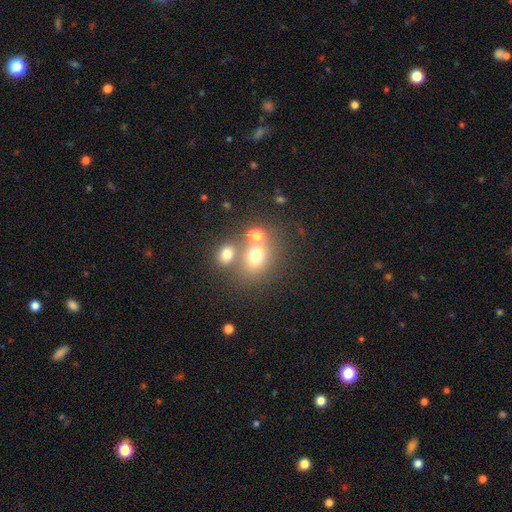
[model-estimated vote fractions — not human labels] Smooth or featured? Predicted: smooth (p=0.68). How rounded? Predicted: round (p=0.60). Merging? Predicted: none (p=0.50).